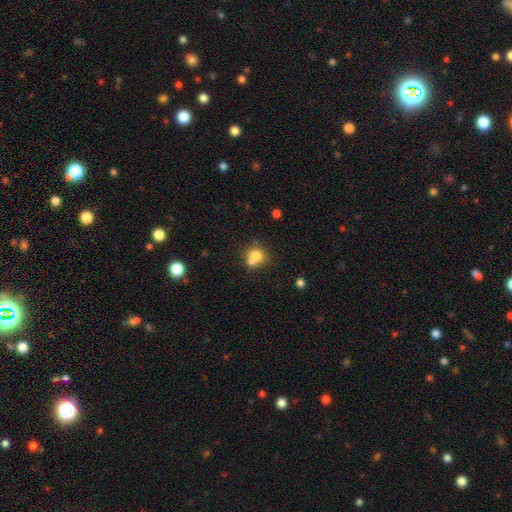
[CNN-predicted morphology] This is likely a smooth galaxy (73%). How rounded: likely round (78%). Merging: marginally merger (45%).